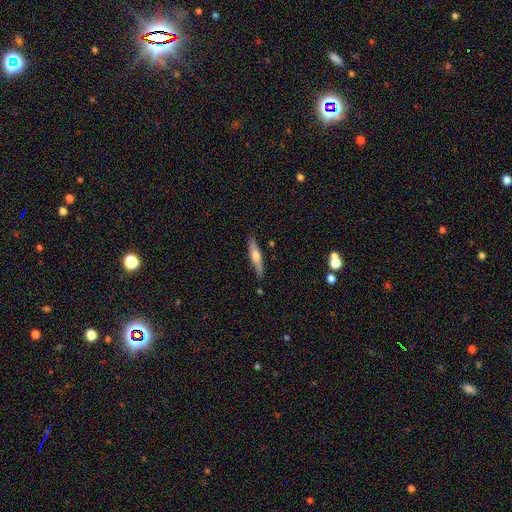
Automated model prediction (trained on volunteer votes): Smooth or featured?
  - smooth: 53% *
  - featured or disk: 41%
  - star or artifact: 6%
How rounded?
  - cigar-shaped: 85% *
  - in between: 14%
  - round: 2%
Merging?
  - none: 81% *
  - minor disturbance: 14%
  - merger: 3%
  - major disturbance: 2%